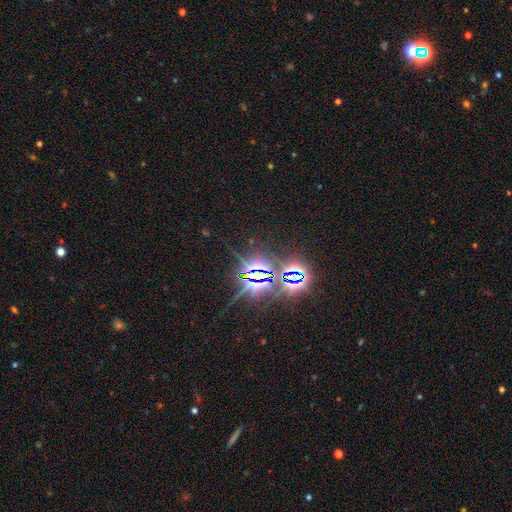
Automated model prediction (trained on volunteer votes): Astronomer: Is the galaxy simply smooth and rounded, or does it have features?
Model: star or artifact — 82%.